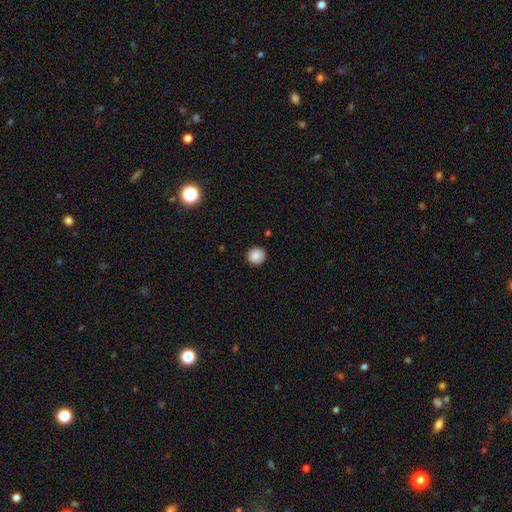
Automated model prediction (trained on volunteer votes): Q: Smooth or featured?
A: smooth (88%); runner-up: star or artifact (9%)
Q: How rounded?
A: round (93%); runner-up: in between (6%)
Q: Merging?
A: none (91%); runner-up: minor disturbance (6%)